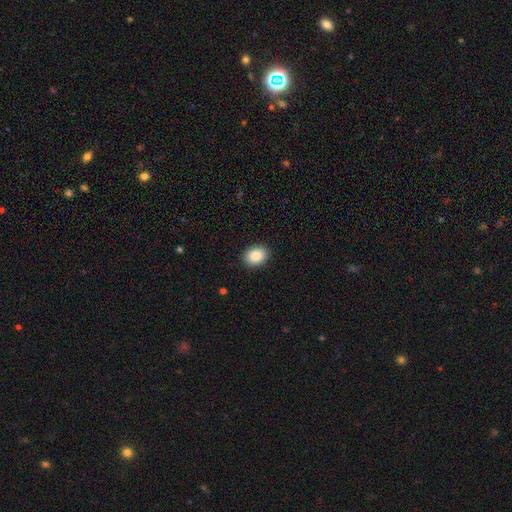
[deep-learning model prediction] Morphology: type=smooth (88%); roundness=in between (67%); merging=none (90%).